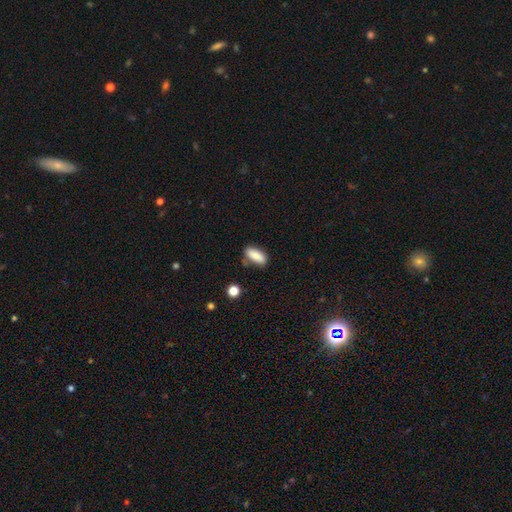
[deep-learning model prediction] This appears to be a smooth galaxy with no disk features (83%) that is in between round and cigar-shaped (81%). Merging: none (68%).